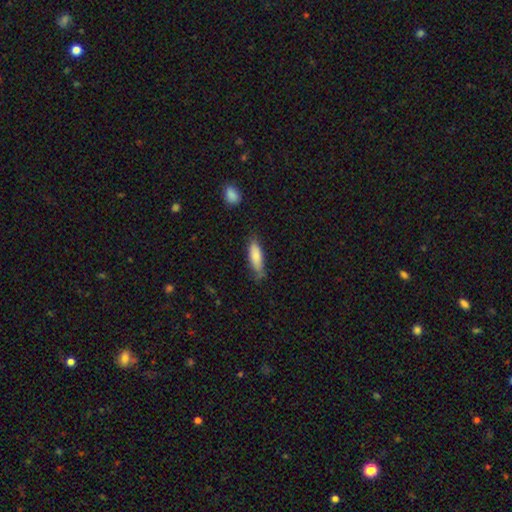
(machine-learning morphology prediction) This is clearly a smooth galaxy (82%). How rounded: possibly in between (56%). Merging: likely none (64%).